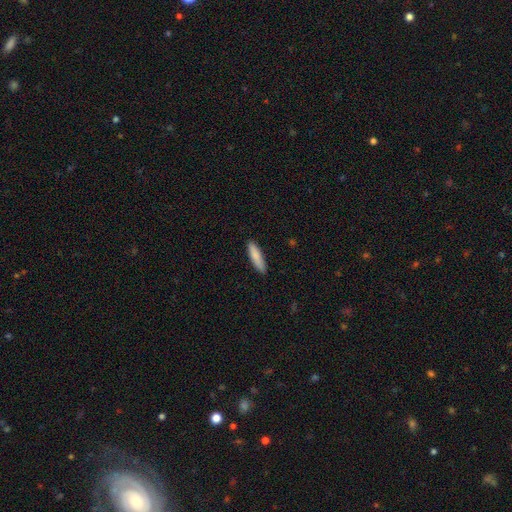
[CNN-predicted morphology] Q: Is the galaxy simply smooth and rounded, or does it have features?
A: smooth — 85%.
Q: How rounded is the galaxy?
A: cigar-shaped — 75%.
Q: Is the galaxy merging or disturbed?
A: none — 89%.